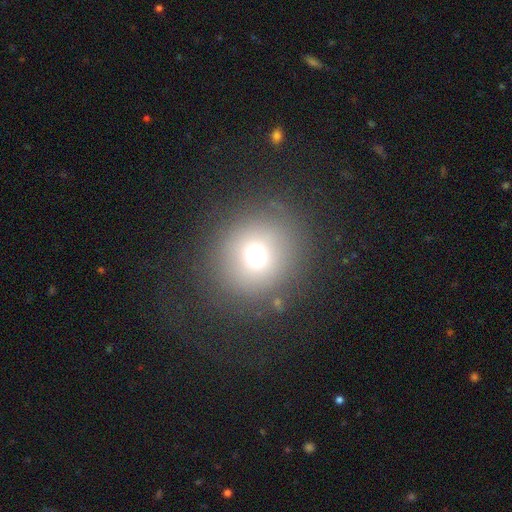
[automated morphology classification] Smooth or featured: smooth — 70% (star or artifact — 18%)
How rounded: round — 90% (in between — 9%)
Merging: none — 83% (minor disturbance — 9%)